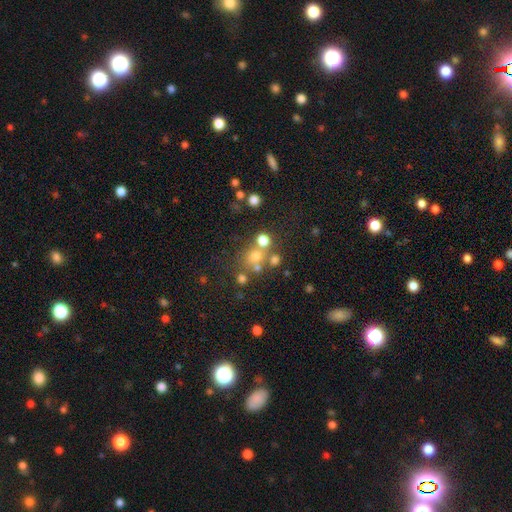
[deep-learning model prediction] The model was most divided on "merging": none: 57%, merger: 26%, minor disturbance: 10%, major disturbance: 7%. More confident: how rounded — round (81%); smooth or featured — smooth (59%).